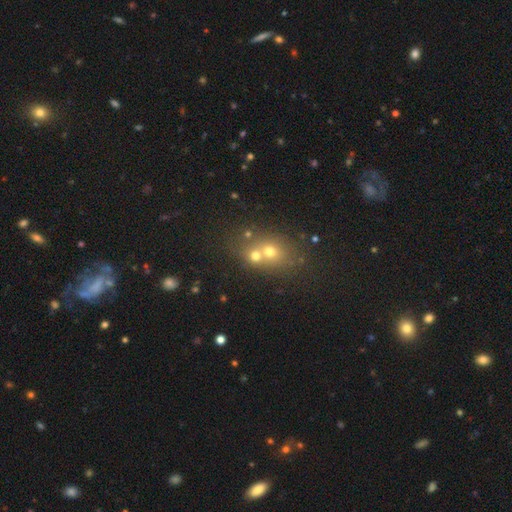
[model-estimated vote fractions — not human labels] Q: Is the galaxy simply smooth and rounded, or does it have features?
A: smooth — 62%.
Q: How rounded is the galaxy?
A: round — 62%.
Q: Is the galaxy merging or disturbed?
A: merger — 57%.